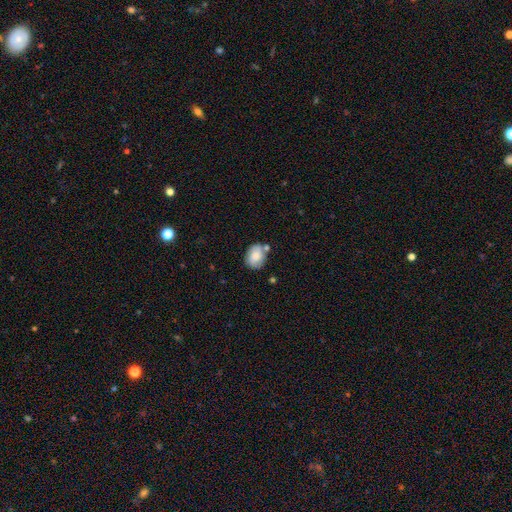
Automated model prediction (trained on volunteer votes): smooth 72%, featured or disk 20%, star or artifact 8%. Down the decision tree: how rounded — in between (61%); merging — none (62%).